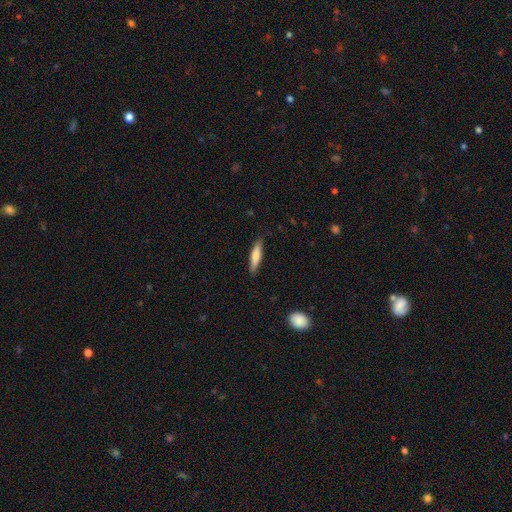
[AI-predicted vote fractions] Smooth or featured? Predicted: smooth (p=0.71). How rounded? Predicted: cigar-shaped (p=0.81). Merging? Predicted: none (p=0.85).